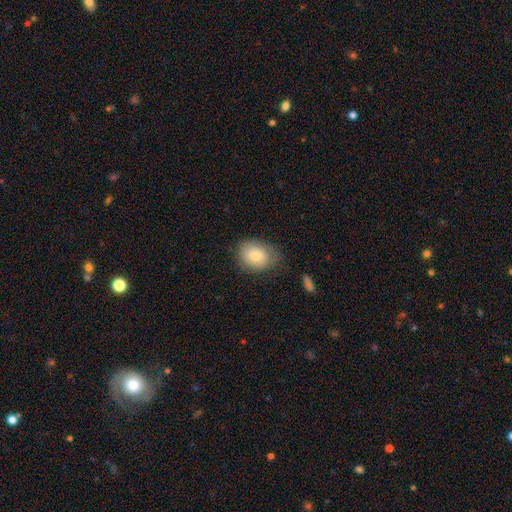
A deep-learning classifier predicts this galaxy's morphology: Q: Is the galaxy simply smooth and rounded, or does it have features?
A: smooth — 78%.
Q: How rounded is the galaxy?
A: in between — 59%.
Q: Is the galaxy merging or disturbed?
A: none — 69%.